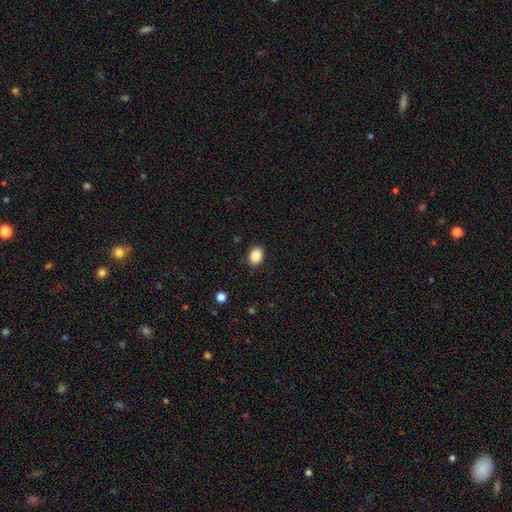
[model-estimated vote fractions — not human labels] A smooth galaxy with no disk features (87%) that is in between round and cigar-shaped (70%).

Vote fractions:
- Smooth or featured? smooth: 87% / star or artifact: 9% / featured or disk: 4%
- How rounded? in between: 70% / round: 29% / cigar-shaped: 1%
- Merging? none: 87% / minor disturbance: 9% / major disturbance: 2% / merger: 1%